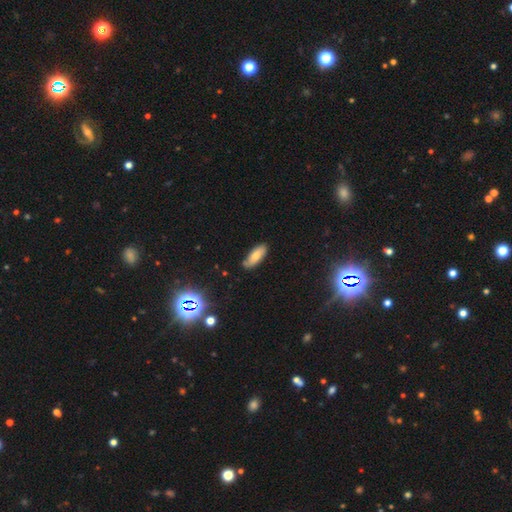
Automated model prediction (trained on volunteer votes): smooth 69%, featured or disk 22%, star or artifact 9%. Down the decision tree: how rounded — in between (77%); merging — none (75%).